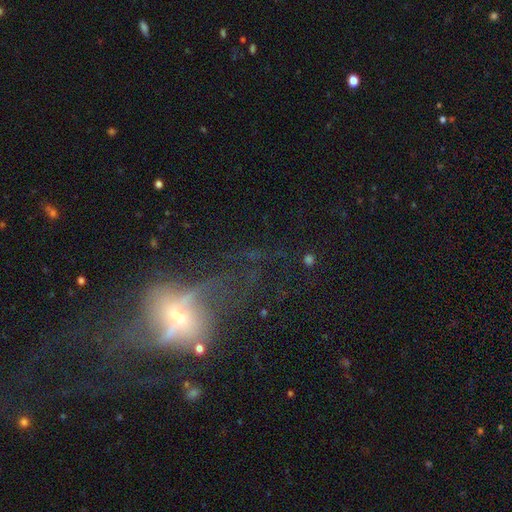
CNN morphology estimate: A featured or disk galaxy (54%).

Vote fractions:
- Smooth or featured? featured or disk: 54% / star or artifact: 26% / smooth: 20%
- Edge-on disk? no: 78% / yes: 22%
- Merging? major disturbance: 40% / none: 37% / minor disturbance: 15% / merger: 8%